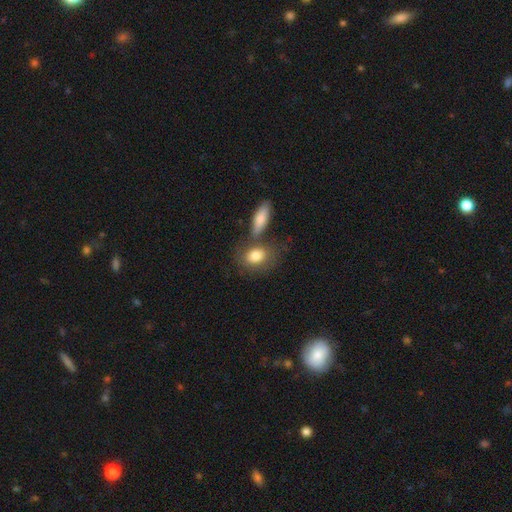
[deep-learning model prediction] A smooth galaxy with no disk features (82%) that is in between round and cigar-shaped (69%). Merging: none (51%).